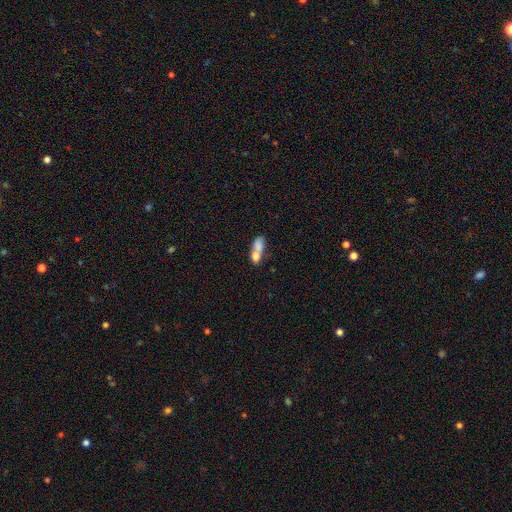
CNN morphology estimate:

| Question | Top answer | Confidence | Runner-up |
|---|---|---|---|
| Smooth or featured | smooth | 70% | featured or disk (21%) |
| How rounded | in between | 72% | round (16%) |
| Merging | merger | 69% | none (17%) |